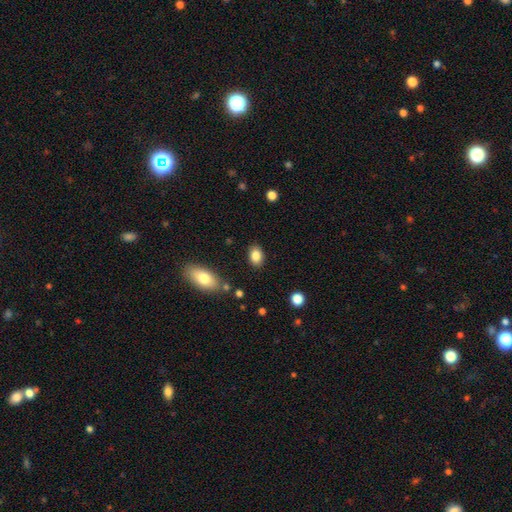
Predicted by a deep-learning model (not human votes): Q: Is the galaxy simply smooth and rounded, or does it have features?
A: smooth — 85%.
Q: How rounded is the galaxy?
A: in between — 77%.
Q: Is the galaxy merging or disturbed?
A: none — 86%.